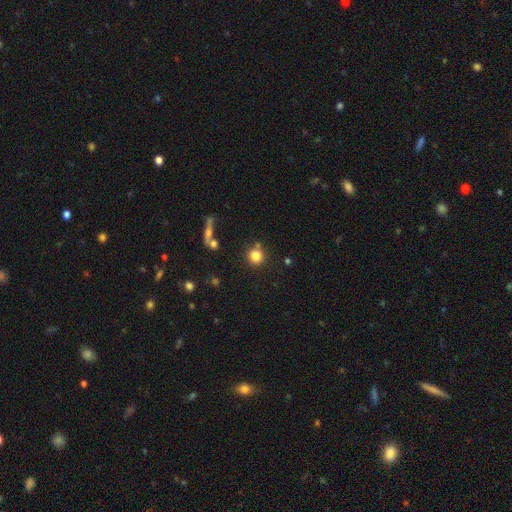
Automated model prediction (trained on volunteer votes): Morphology: type=smooth (81%); roundness=round (92%); merging=none (77%).